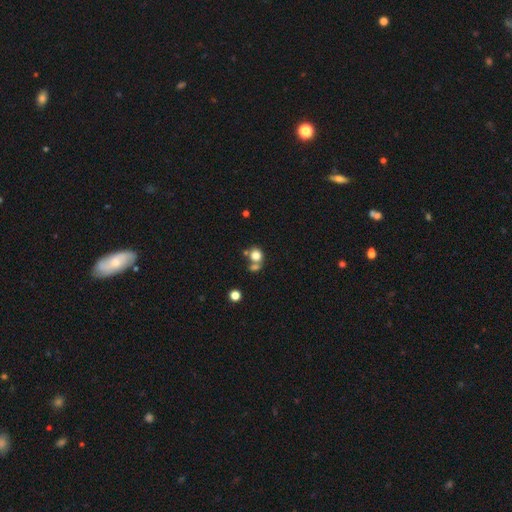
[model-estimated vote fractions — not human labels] smooth_or_featured: smooth (p=0.77) [alt: star or artifact p=0.14]
how_rounded: round (p=0.77) [alt: in between p=0.21]
merging: none (p=0.49) [alt: merger p=0.36]